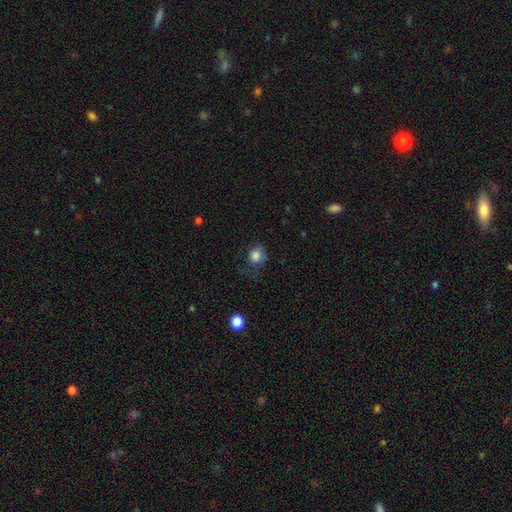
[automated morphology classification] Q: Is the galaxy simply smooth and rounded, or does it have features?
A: smooth — 83%.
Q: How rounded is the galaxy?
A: round — 74%.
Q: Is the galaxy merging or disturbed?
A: none — 57%.